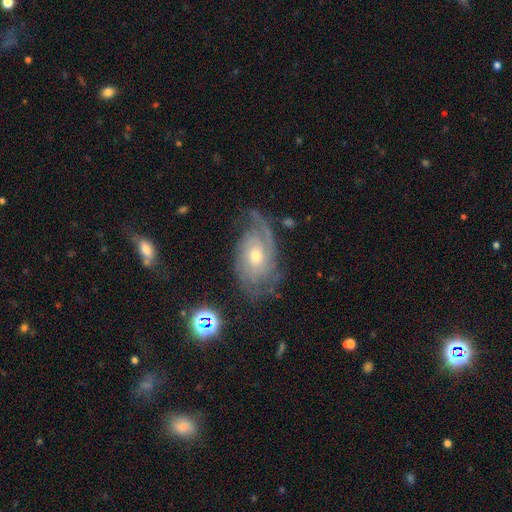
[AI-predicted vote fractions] Morphology: type=featured or disk (83%); edge-on=no (95%); bar=no (73%); spiral arms=yes (94%); winding=tight (55%); arm count=can't tell (33%); bulge=moderate (50%); merging=none (66%).